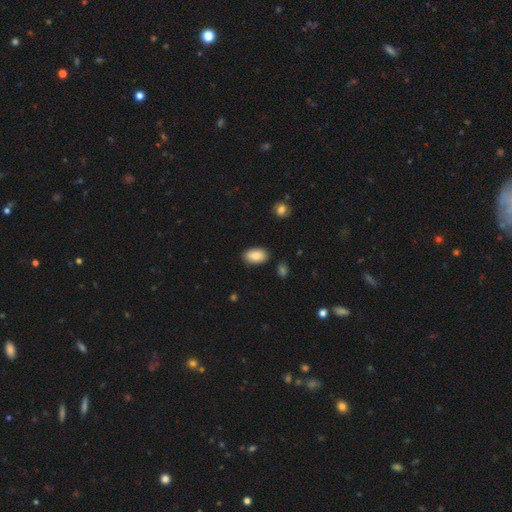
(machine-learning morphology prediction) Overall: smooth (84%). How rounded: in between (94%). Merging: none (87%).